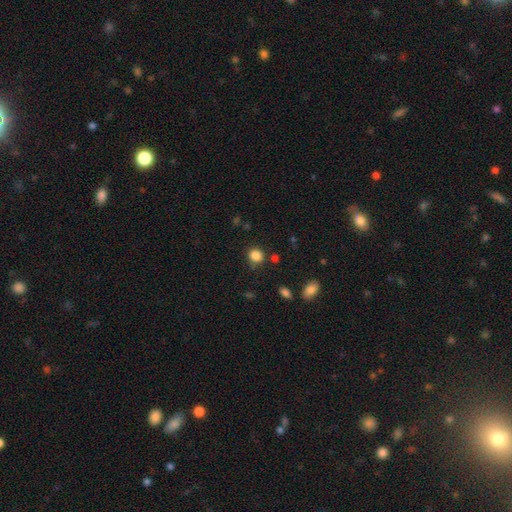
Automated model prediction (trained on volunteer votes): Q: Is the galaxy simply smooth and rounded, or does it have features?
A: smooth — 85%.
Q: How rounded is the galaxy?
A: round — 76%.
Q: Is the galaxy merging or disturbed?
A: none — 82%.